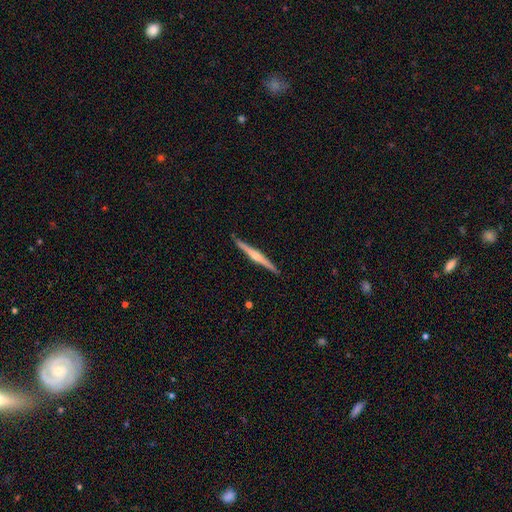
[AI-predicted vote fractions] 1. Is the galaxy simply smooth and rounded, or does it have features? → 69% featured or disk, 25% smooth, 5% star or artifact.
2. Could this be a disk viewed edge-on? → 98% yes, 2% no.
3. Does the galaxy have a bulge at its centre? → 73% rounded, 18% none, 9% boxy.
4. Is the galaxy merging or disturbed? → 91% none, 7% minor disturbance, 1% major disturbance, 1% merger.